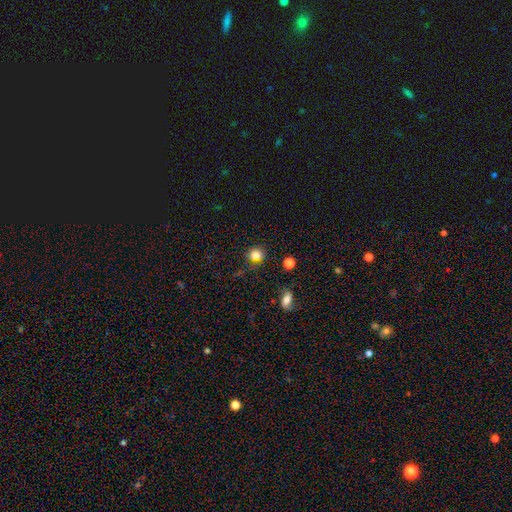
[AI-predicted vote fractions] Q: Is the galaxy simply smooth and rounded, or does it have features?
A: smooth — 81%.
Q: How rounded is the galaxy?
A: round — 72%.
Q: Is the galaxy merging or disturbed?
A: none — 73%.